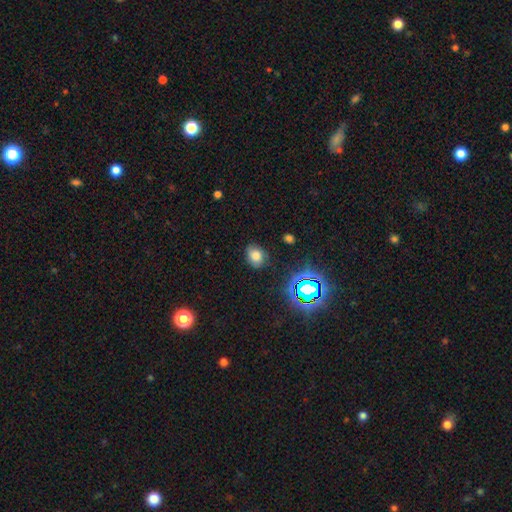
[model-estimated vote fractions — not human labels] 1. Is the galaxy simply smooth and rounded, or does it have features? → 70% smooth, 19% star or artifact, 11% featured or disk.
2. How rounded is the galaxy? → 55% in between, 44% round, 1% cigar-shaped.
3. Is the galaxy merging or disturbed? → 77% none, 17% minor disturbance, 4% major disturbance, 2% merger.